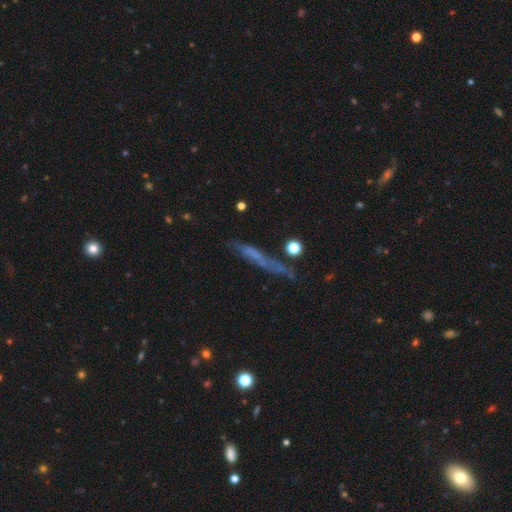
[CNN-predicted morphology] A featured or disk galaxy (44%). Merging: none (58%).